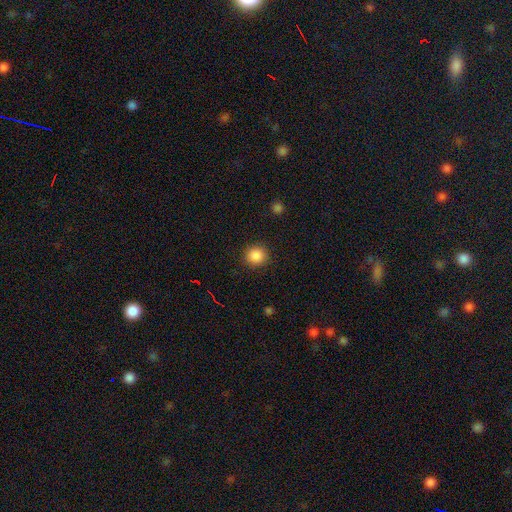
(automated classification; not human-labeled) Q: Smooth or featured?
A: smooth (87%); runner-up: star or artifact (10%)
Q: How rounded?
A: round (92%); runner-up: in between (7%)
Q: Merging?
A: none (90%); runner-up: minor disturbance (6%)